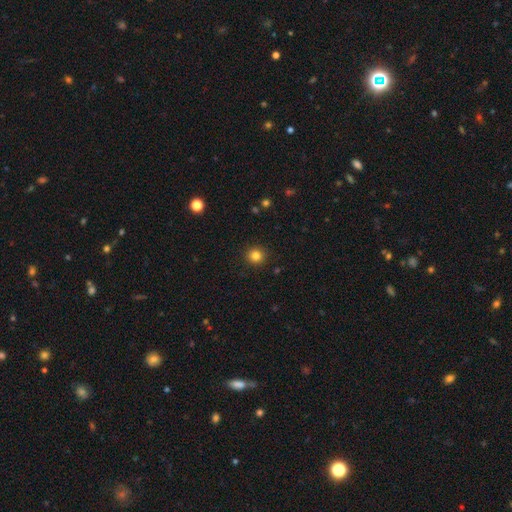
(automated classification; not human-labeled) Smooth or featured? Predicted: smooth (p=0.83). How rounded? Predicted: round (p=0.93). Merging? Predicted: none (p=0.92).